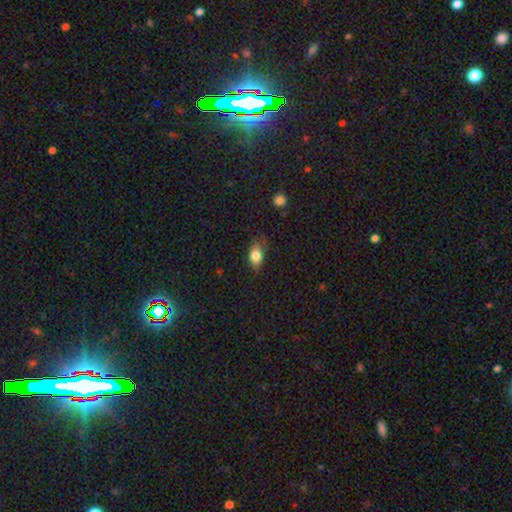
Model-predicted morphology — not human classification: This appears to be a smooth galaxy with no disk features (79%) that is in between round and cigar-shaped (80%). Merging: none (70%).